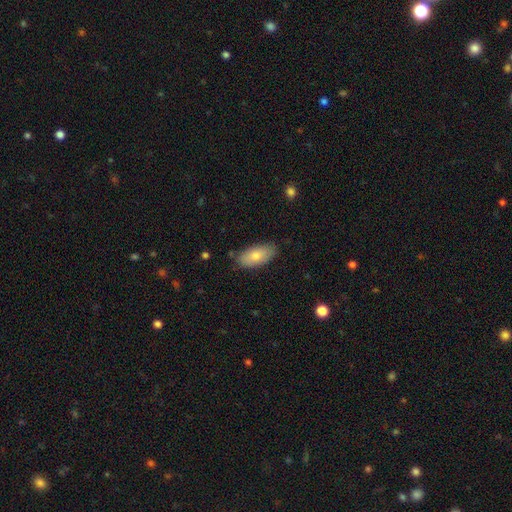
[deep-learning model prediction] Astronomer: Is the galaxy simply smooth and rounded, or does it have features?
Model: smooth — 75%.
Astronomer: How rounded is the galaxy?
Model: in between — 89%.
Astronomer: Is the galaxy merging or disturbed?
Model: none — 82%.